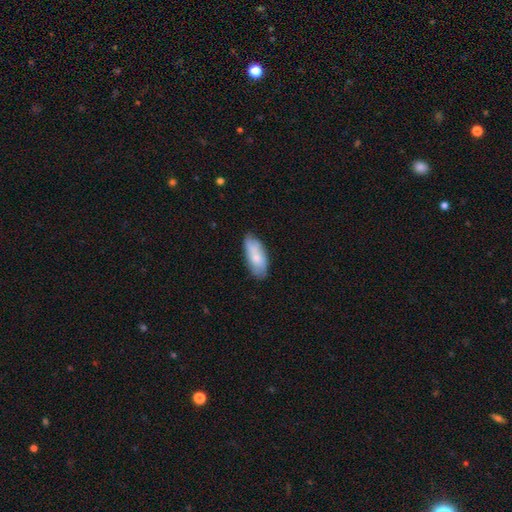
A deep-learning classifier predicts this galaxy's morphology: smooth_or_featured: smooth (p=0.70) [alt: featured or disk p=0.24]
how_rounded: in between (p=0.86) [alt: cigar-shaped p=0.12]
merging: none (p=0.71) [alt: minor disturbance p=0.23]